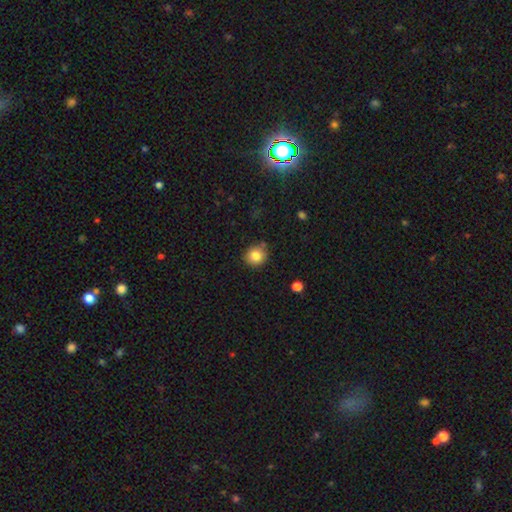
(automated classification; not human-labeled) Smooth or featured? smooth (83%)
How rounded? round (87%)
Merging? none (84%)